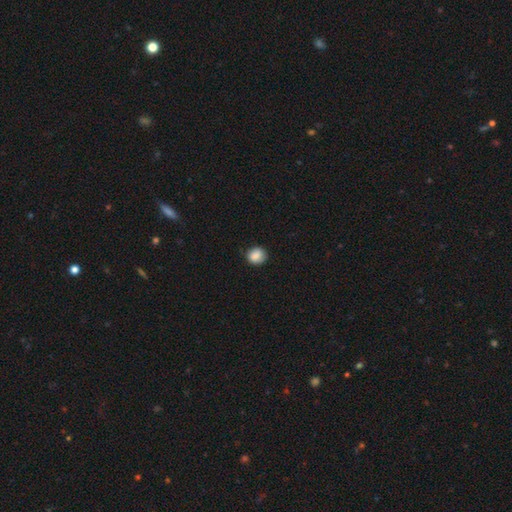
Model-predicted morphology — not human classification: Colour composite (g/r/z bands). It shows a smooth galaxy with no disk features (87%) that is round (80%). Merging: none (80%).